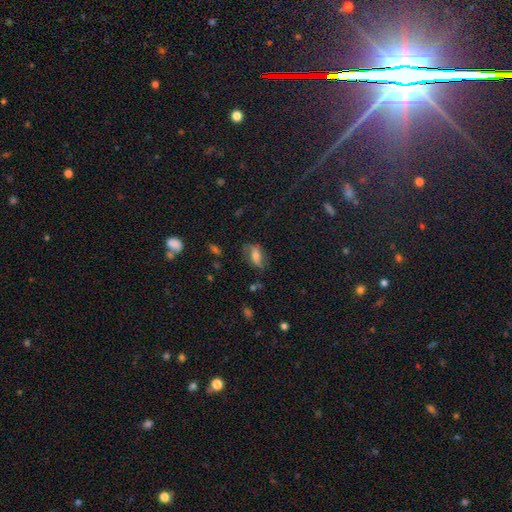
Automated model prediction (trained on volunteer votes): Q: Smooth or featured?
A: smooth (49%); runner-up: featured or disk (39%)
Q: Merging?
A: none (65%); runner-up: minor disturbance (22%)